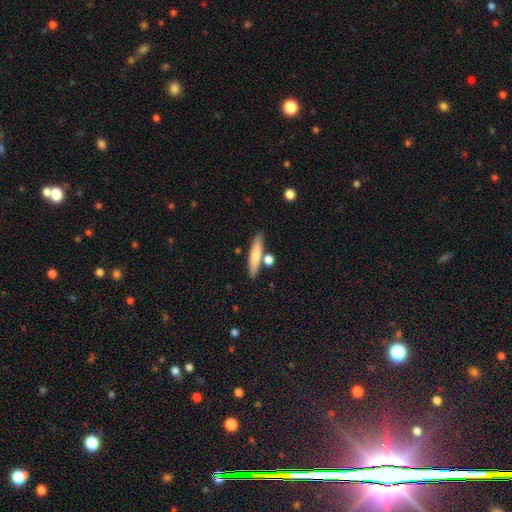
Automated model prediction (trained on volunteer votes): smooth_or_featured: smooth (p=0.69) [alt: featured or disk p=0.25]
how_rounded: cigar-shaped (p=0.82) [alt: in between p=0.15]
merging: none (p=0.76) [alt: merger p=0.12]